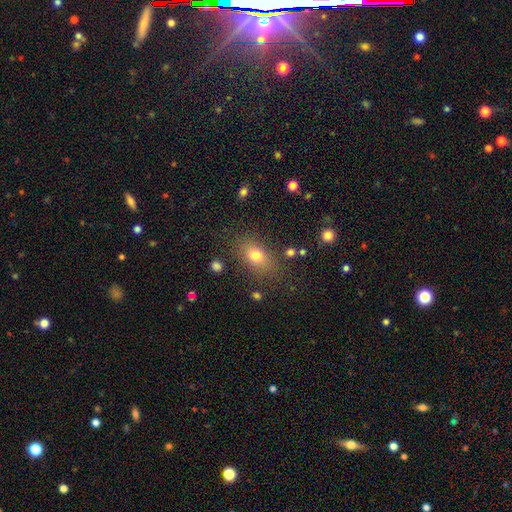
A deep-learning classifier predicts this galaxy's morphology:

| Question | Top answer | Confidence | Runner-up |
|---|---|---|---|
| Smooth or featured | smooth | 75% | featured or disk (13%) |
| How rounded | in between | 77% | round (19%) |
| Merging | none | 80% | minor disturbance (13%) |